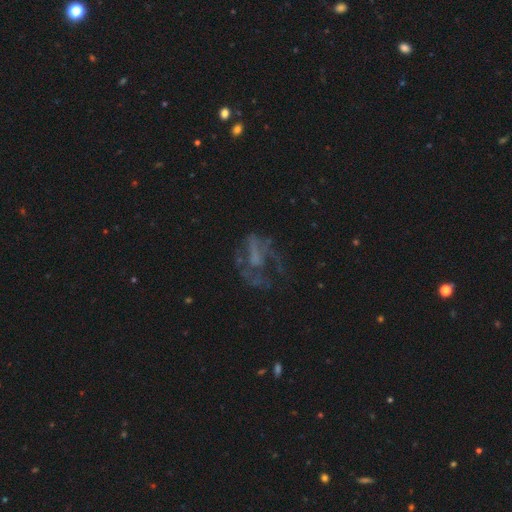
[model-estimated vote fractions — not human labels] A featured or disk galaxy (61%) with no bar (66%), no spiral arms (58%) and no central bulge (60%). Merging: major disturbance (40%, tied with none).